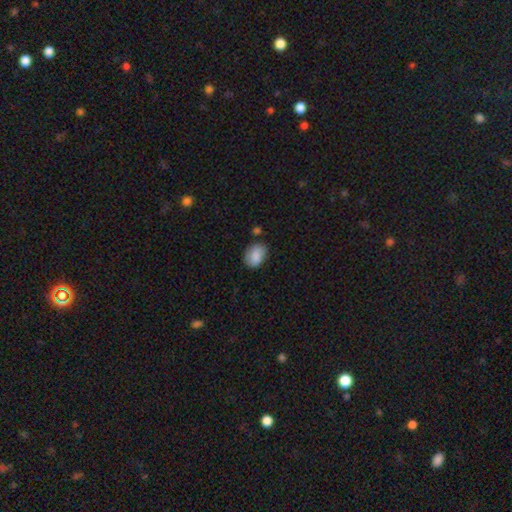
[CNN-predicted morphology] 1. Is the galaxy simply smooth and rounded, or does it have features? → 86% smooth, 7% star or artifact, 7% featured or disk.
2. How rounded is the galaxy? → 76% in between, 23% round, 1% cigar-shaped.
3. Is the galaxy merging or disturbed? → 72% none, 20% minor disturbance, 4% merger, 4% major disturbance.